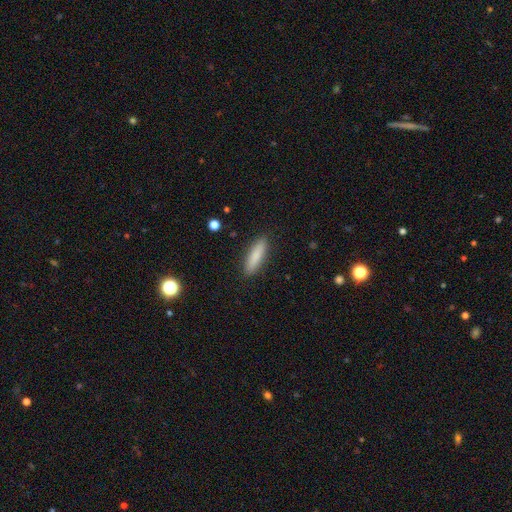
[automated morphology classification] type=smooth (84%); roundness=cigar-shaped (70%); merging=none (90%).